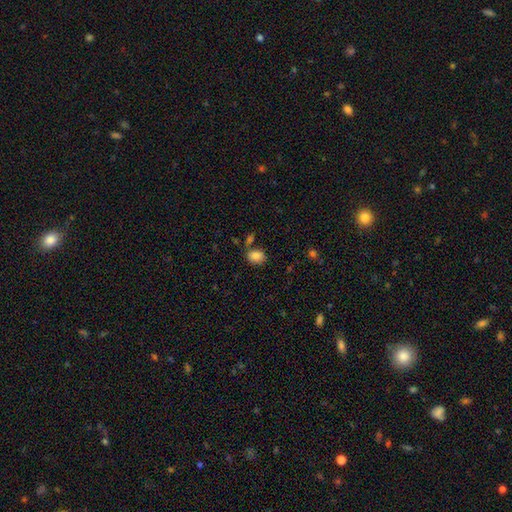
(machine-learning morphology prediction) Smooth or featured?
  - smooth: 85% *
  - star or artifact: 9%
  - featured or disk: 6%
How rounded?
  - in between: 59% *
  - round: 40%
  - cigar-shaped: 1%
Merging?
  - none: 72% *
  - minor disturbance: 13%
  - merger: 10%
  - major disturbance: 4%